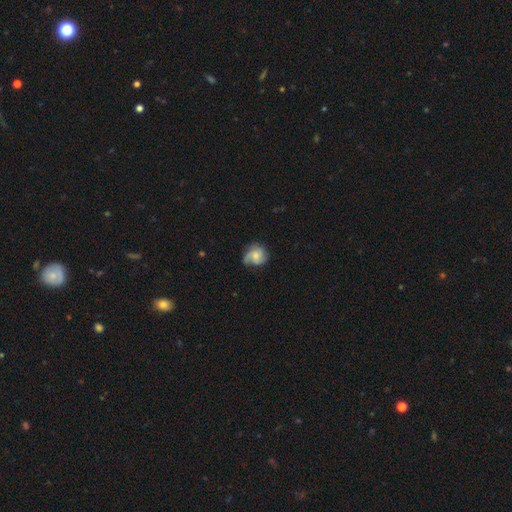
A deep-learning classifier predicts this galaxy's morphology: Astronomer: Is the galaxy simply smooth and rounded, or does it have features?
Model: featured or disk — 57% (runner-up: smooth, 35%).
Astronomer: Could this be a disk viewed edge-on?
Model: no — 97%.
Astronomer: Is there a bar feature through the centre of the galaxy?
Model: no — 71%.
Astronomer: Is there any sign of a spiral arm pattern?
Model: yes — 90%.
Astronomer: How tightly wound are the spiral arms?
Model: medium — 42% (runner-up: tight, 33%).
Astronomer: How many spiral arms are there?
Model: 2 — 36% (runner-up: 3, 26%).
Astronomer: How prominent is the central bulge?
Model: small — 45% (runner-up: moderate, 44%).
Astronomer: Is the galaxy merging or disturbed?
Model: none — 59%.